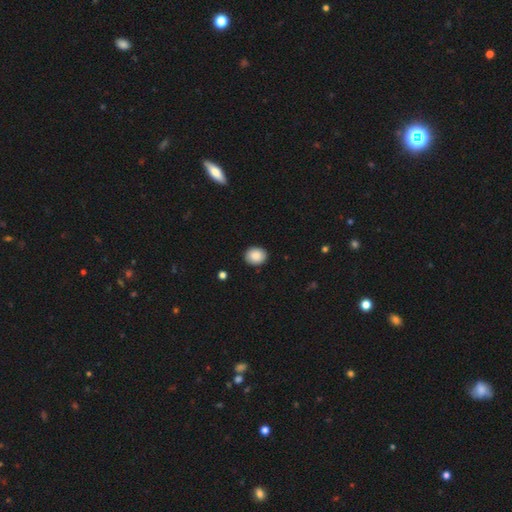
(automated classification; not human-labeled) This is clearly a smooth galaxy (88%). How rounded: likely round (61%). Merging: clearly none (90%).